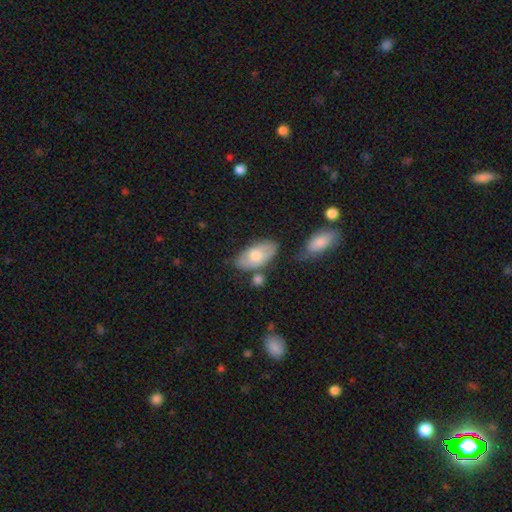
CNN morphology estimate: type=smooth (67%); roundness=in between (94%); merging=none (64%).